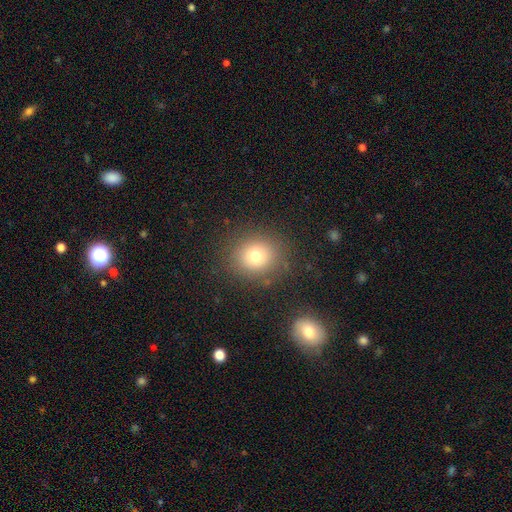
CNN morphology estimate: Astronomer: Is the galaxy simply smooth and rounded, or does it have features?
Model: smooth — 73%.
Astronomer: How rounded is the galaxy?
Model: round — 81%.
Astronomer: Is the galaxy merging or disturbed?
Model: none — 85%.